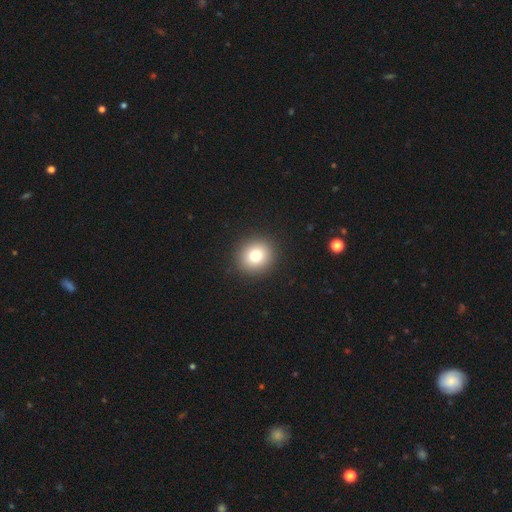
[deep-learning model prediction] This appears to be a smooth galaxy with no disk features (78%) that is round (88%). Merging: none (92%).